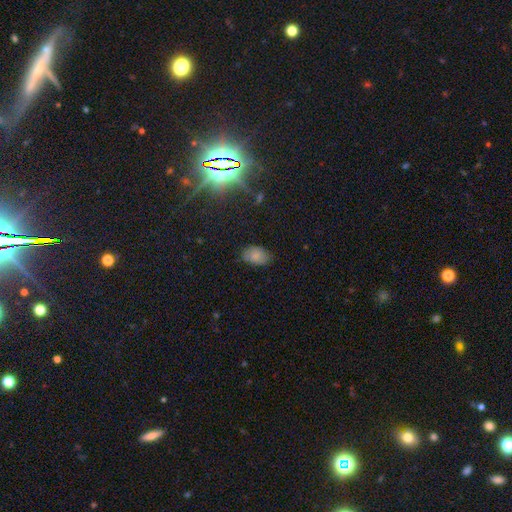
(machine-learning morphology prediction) smooth-or-featured: smooth: 78% | featured or disk: 11% | star or artifact: 11%
  how-rounded: in between: 85% | round: 14% | cigar-shaped: 1%
  merging: none: 74% | minor disturbance: 21% | major disturbance: 4% | merger: 1%